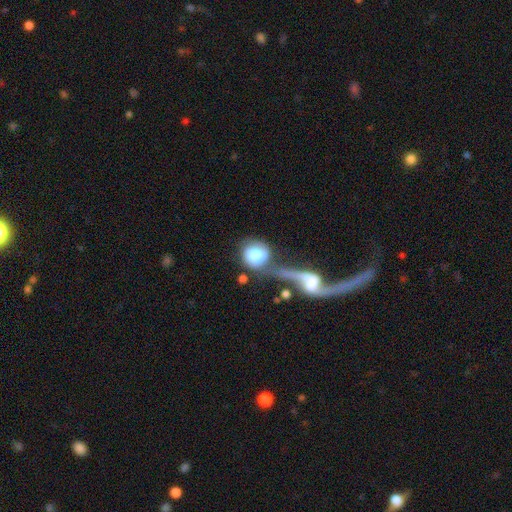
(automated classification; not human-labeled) This is likely a smooth galaxy (64%). How rounded: clearly round (80%). Merging: marginally merger (40%).